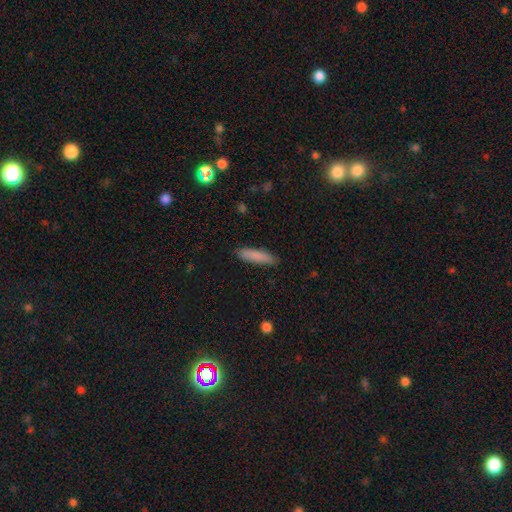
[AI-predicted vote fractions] Smooth or featured?
  - smooth: 84% *
  - featured or disk: 9%
  - star or artifact: 7%
How rounded?
  - cigar-shaped: 79% *
  - in between: 20%
  - round: 1%
Merging?
  - none: 88% *
  - minor disturbance: 9%
  - major disturbance: 2%
  - merger: 1%